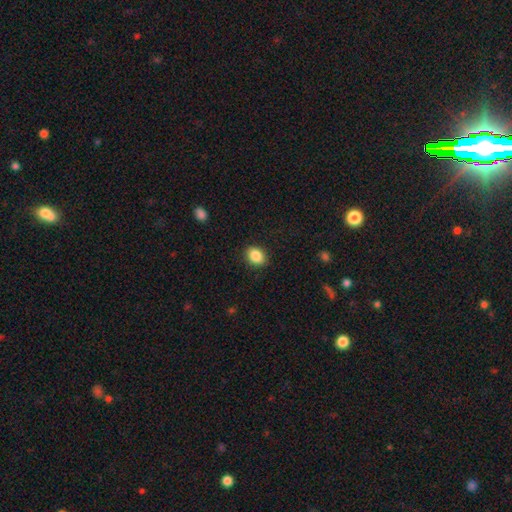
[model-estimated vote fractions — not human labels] smooth_or_featured: smooth (p=0.88) [alt: star or artifact p=0.08]
how_rounded: in between (p=0.67) [alt: round p=0.32]
merging: none (p=0.88) [alt: minor disturbance p=0.08]